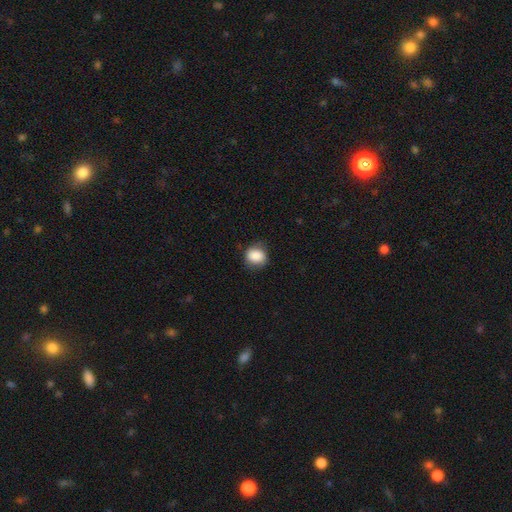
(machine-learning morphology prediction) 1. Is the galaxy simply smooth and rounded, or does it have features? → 85% smooth, 8% star or artifact, 7% featured or disk.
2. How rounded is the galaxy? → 65% round, 34% in between, 1% cigar-shaped.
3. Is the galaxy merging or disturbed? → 71% none, 22% minor disturbance, 6% major disturbance, 1% merger.